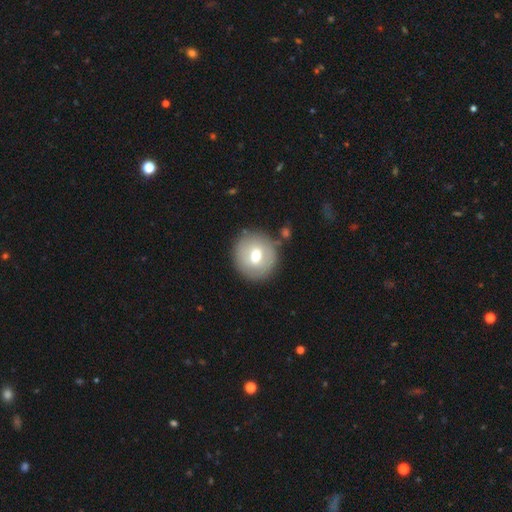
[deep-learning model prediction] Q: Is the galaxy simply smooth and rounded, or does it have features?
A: smooth — 63%.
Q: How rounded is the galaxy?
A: round — 93%.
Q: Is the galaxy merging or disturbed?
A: none — 83%.